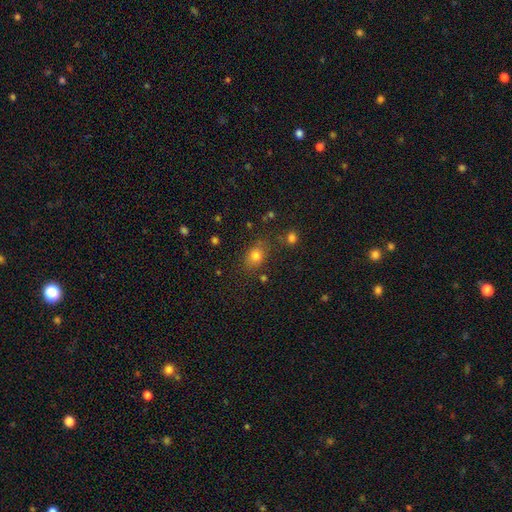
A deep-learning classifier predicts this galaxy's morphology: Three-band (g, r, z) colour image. It shows a smooth galaxy with no disk features (77%) that is in between round and cigar-shaped (53%). Merging: none (73%).